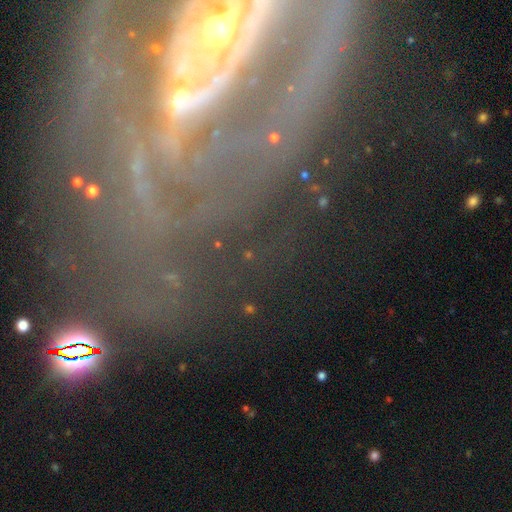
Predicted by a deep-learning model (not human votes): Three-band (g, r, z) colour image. It shows a featured or disk galaxy (62%) with a strong bar (39%), spiral arms (79%) and a small central bulge (46%). Merging: none (65%).